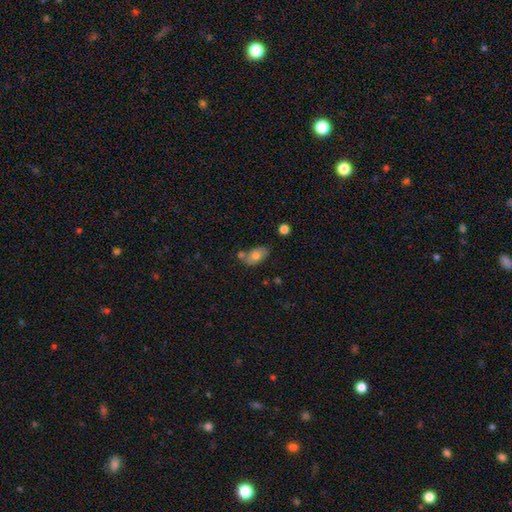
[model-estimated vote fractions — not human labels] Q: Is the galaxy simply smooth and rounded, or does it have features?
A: smooth — 73%.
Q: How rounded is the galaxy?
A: in between — 90%.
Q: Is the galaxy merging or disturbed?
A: none — 63%.